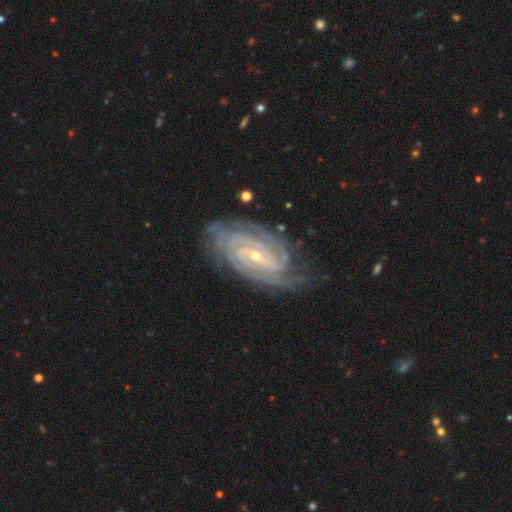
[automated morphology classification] smooth-or-featured: featured or disk: 92% | star or artifact: 5% | smooth: 3%
  disk-edge-on: no: 96% | yes: 4%
    bar: weak: 40% | no: 37% | strong: 23%
    has-spiral-arms: yes: 99% | no: 1%
      spiral-winding: tight: 79% | medium: 19% | loose: 2%
      spiral-arm-count: 4: 26% | 3: 21% | 2: 19% | can't tell: 17% | more than 4: 10% | 1: 7%
    bulge-size: small: 71% | moderate: 26% | large: 1% | none: 1% | dominant: 1%
  merging: none: 75% | minor disturbance: 18% | major disturbance: 6% | merger: 1%